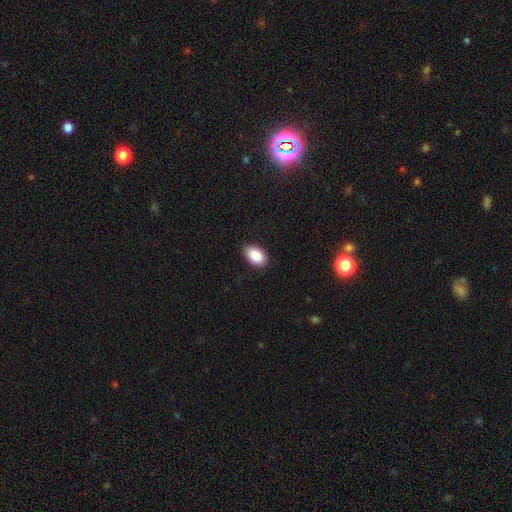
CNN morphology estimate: Smooth or featured: smooth — 90% (star or artifact — 7%)
How rounded: in between — 92% (round — 6%)
Merging: none — 83% (minor disturbance — 13%)